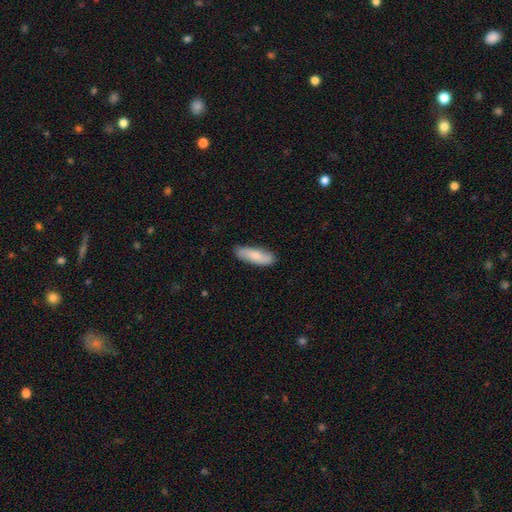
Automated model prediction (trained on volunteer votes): smooth 77%, featured or disk 17%, star or artifact 5%. Down the decision tree: how rounded — cigar-shaped (49%, tied with in between); merging — none (85%).